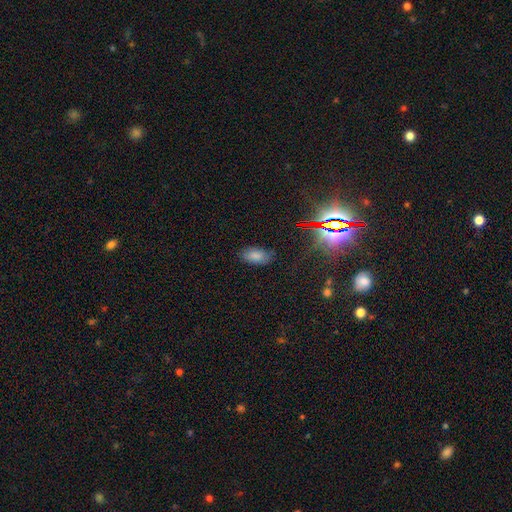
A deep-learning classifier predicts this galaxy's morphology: smooth 79%, star or artifact 14%, featured or disk 7%. Down the decision tree: how rounded — in between (93%); merging — none (80%).